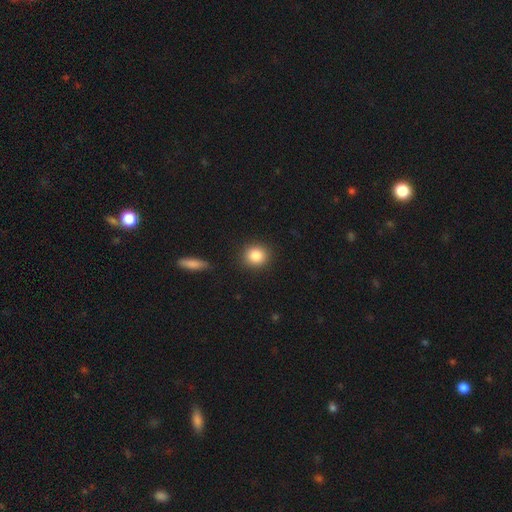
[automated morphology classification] smooth-or-featured: smooth: 86% | star or artifact: 9% | featured or disk: 5%
  how-rounded: round: 83% | in between: 15% | cigar-shaped: 1%
  merging: none: 90% | minor disturbance: 7% | major disturbance: 2% | merger: 1%